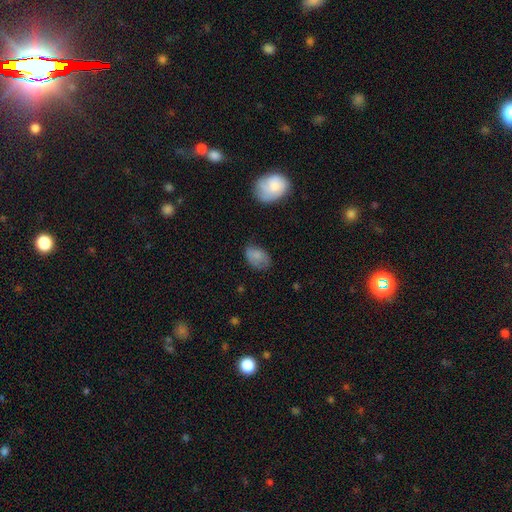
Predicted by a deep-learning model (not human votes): Smooth or featured? smooth (79%)
How rounded? in between (86%)
Merging? none (63%)